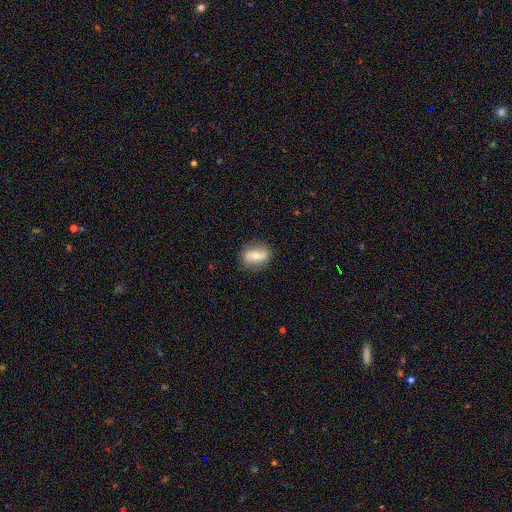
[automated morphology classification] Overall: smooth (51%; featured or disk 42%). How rounded: in between (75%). Merging: none (81%).